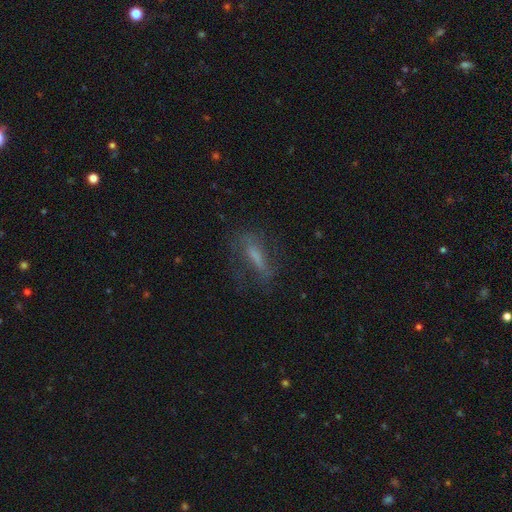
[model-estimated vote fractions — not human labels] Q: Smooth or featured?
A: featured or disk (45%); runner-up: smooth (40%)
Q: Merging?
A: none (64%); runner-up: minor disturbance (19%)